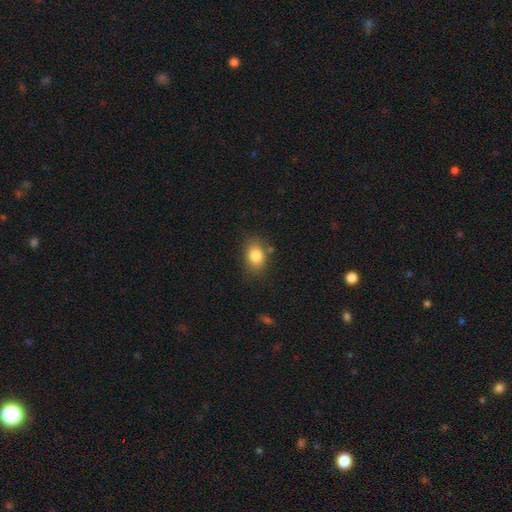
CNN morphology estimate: smooth_or_featured: smooth (p=0.83) [alt: star or artifact p=0.09]
how_rounded: in between (p=0.76) [alt: round p=0.23]
merging: none (p=0.77) [alt: minor disturbance p=0.16]